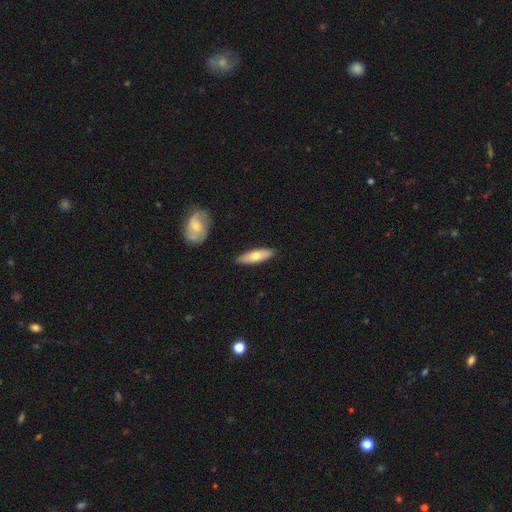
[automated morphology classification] This appears to be a smooth galaxy with no disk features (63%) that is in between round and cigar-shaped (50%). Merging: none (87%).